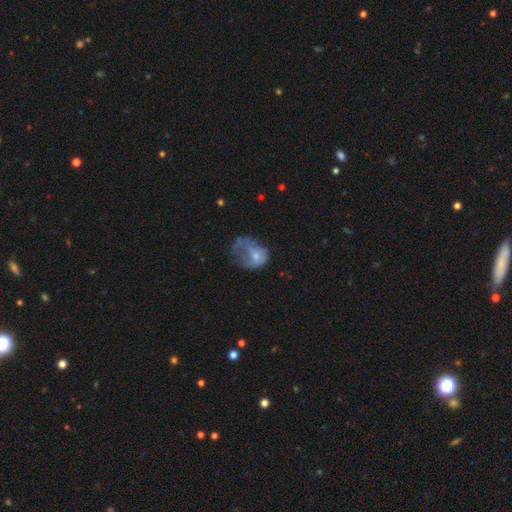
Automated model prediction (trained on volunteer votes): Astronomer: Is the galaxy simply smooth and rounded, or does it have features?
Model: smooth — 51% (runner-up: featured or disk, 38%).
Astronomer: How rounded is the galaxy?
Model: in between — 60% (runner-up: round, 39%).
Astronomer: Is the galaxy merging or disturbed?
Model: major disturbance — 53%.